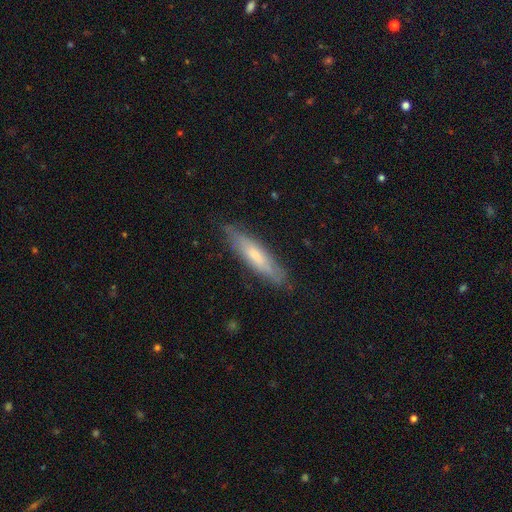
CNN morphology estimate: This is possibly a smooth galaxy (56%). How rounded: clearly cigar-shaped (80%). Merging: clearly none (80%).